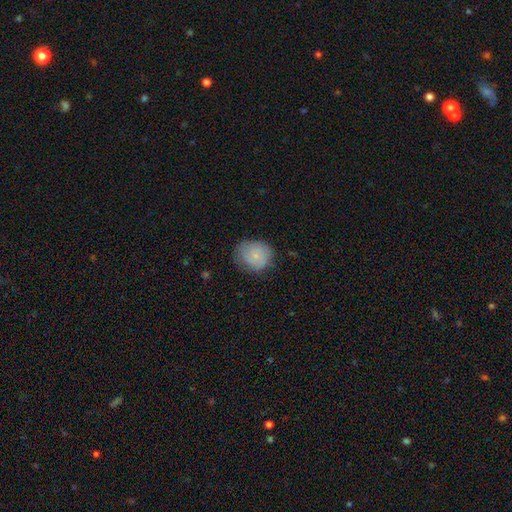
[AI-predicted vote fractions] Smooth or featured: smooth — 72% (featured or disk — 21%)
How rounded: round — 78% (in between — 21%)
Merging: none — 66% (minor disturbance — 25%)